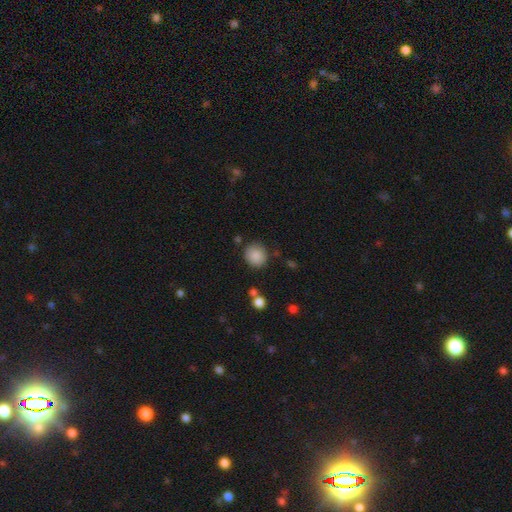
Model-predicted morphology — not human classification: smooth-or-featured: smooth: 87% | star or artifact: 9% | featured or disk: 5%
  how-rounded: round: 85% | in between: 14% | cigar-shaped: 1%
  merging: none: 81% | minor disturbance: 12% | merger: 4% | major disturbance: 3%